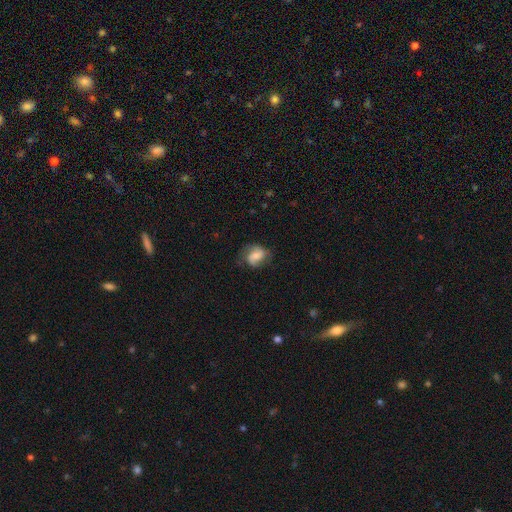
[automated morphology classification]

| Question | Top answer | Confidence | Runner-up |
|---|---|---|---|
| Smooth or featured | featured or disk | 48% | smooth (44%) |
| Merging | none | 61% | minor disturbance (25%) |